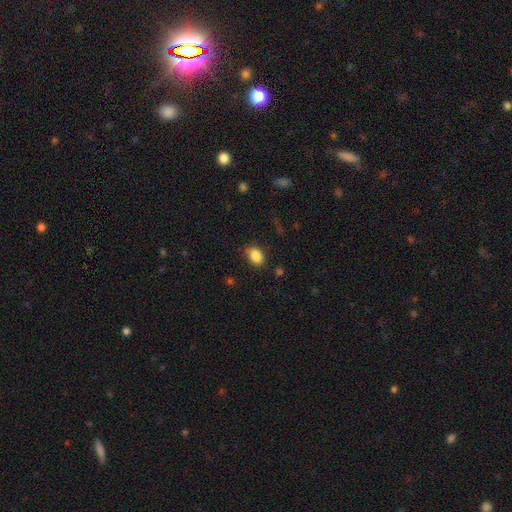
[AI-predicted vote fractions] smooth_or_featured: smooth (p=0.88) [alt: star or artifact p=0.08]
how_rounded: in between (p=0.79) [alt: round p=0.20]
merging: none (p=0.78) [alt: minor disturbance p=0.16]